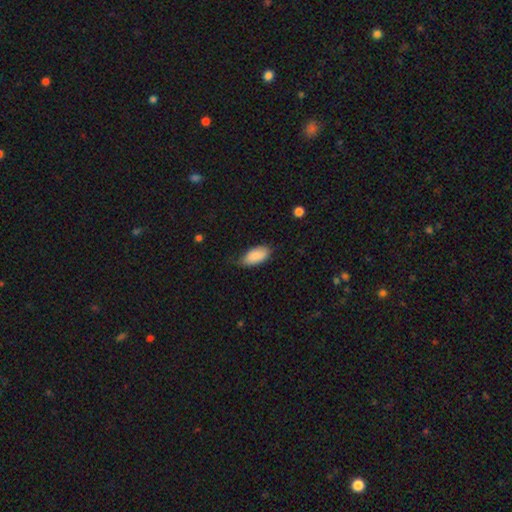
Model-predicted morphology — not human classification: A smooth galaxy with no disk features (87%) that is in between round and cigar-shaped (93%). Merging: none (61%).